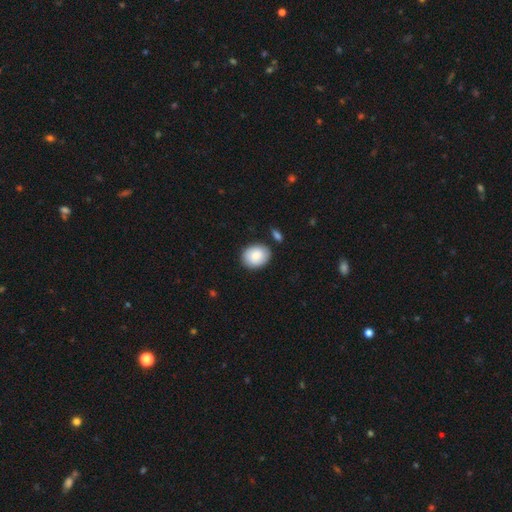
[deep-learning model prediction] Overall: smooth (86%). How rounded: in between (55%; round 44%). Merging: none (80%).